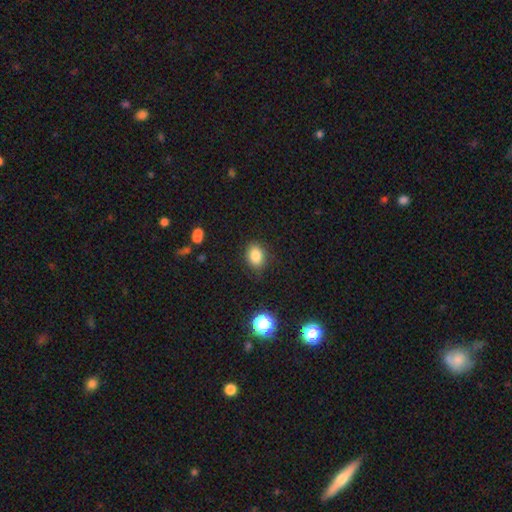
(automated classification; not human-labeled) Smooth or featured? smooth (83%)
How rounded? in between (69%)
Merging? none (82%)